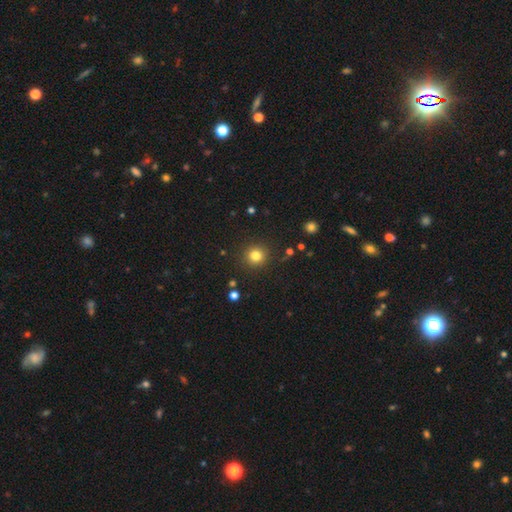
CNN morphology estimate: smooth-or-featured: smooth: 81% | star or artifact: 13% | featured or disk: 6%
  how-rounded: round: 92% | in between: 7% | cigar-shaped: 1%
  merging: none: 89% | minor disturbance: 7% | major disturbance: 3% | merger: 2%